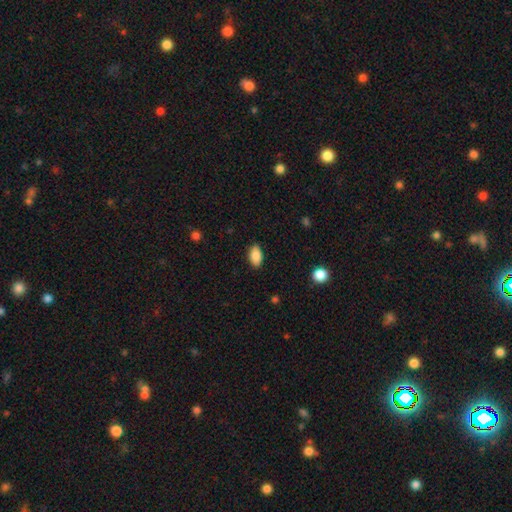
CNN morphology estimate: A smooth galaxy with no disk features (88%) that is in between round and cigar-shaped (93%).

Vote fractions:
- Smooth or featured? smooth: 88% / star or artifact: 7% / featured or disk: 5%
- How rounded? in between: 93% / round: 5% / cigar-shaped: 2%
- Merging? none: 86% / minor disturbance: 10% / major disturbance: 2% / merger: 1%